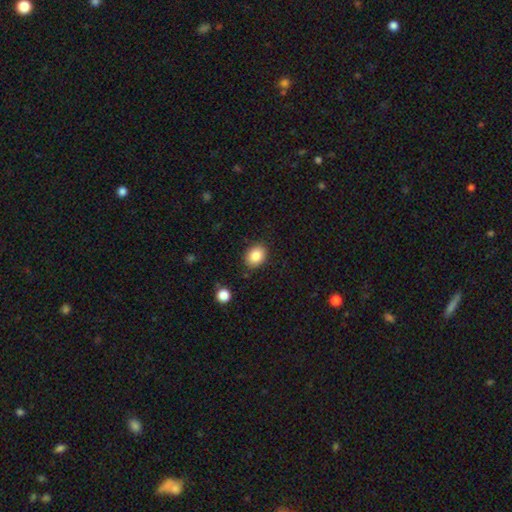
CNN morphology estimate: A smooth galaxy with no disk features (85%) that is in between round and cigar-shaped (60%). Merging: none (85%).